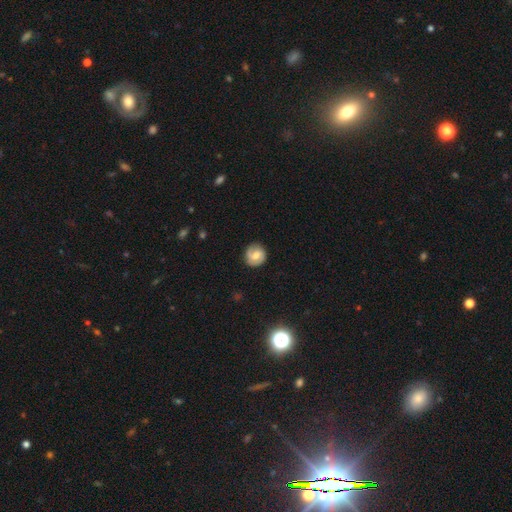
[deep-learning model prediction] smooth_or_featured: featured or disk (p=0.47) [alt: smooth p=0.45]
merging: none (p=0.81) [alt: minor disturbance p=0.14]